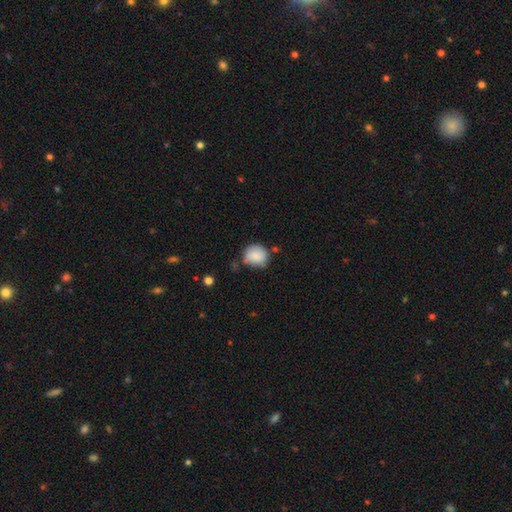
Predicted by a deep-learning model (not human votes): smooth_or_featured: smooth (p=0.84) [alt: featured or disk p=0.08]
how_rounded: round (p=0.79) [alt: in between p=0.20]
merging: none (p=0.61) [alt: minor disturbance p=0.26]